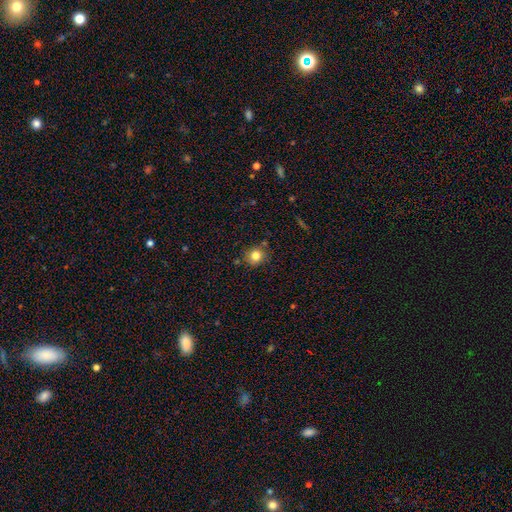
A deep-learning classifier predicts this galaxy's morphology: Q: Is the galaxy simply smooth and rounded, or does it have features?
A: smooth — 80%.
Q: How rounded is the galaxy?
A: round — 88%.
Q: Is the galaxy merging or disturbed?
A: none — 81%.